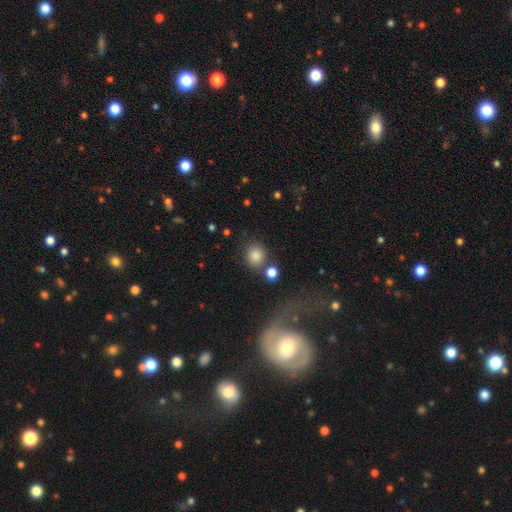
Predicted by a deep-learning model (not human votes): A smooth galaxy with no disk features (83%) that is round (81%). Merging: none (72%).